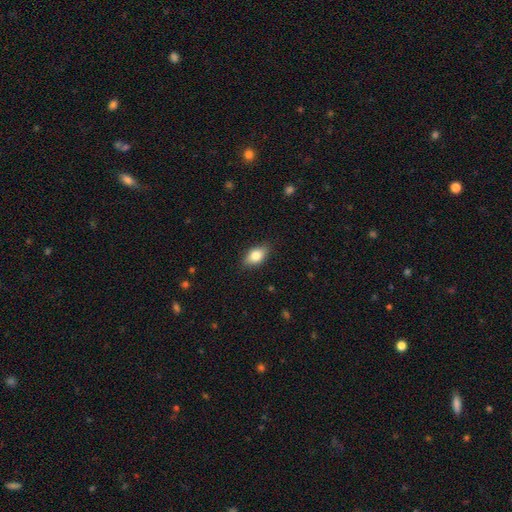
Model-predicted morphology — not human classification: Smooth or featured: smooth — 79% (featured or disk — 14%)
How rounded: in between — 87% (round — 8%)
Merging: none — 86% (minor disturbance — 11%)